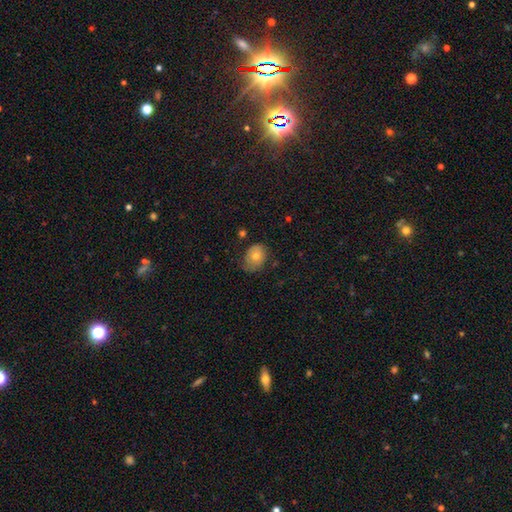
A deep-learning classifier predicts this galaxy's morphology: Smooth or featured? Predicted: smooth (p=0.64). How rounded? Predicted: in between (p=0.60). Merging? Predicted: none (p=0.60).